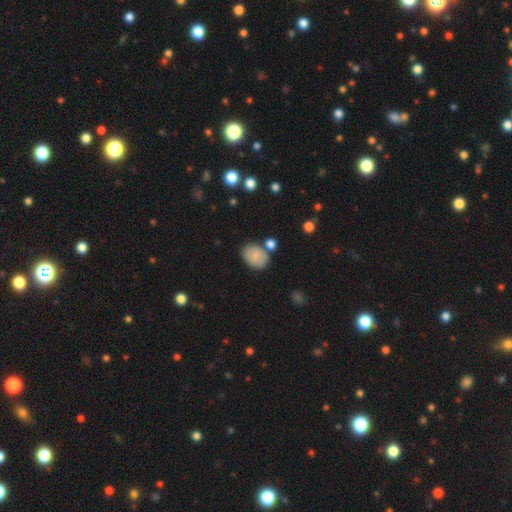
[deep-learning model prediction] smooth_or_featured: smooth (p=0.76) [alt: featured or disk p=0.16]
how_rounded: in between (p=0.66) [alt: round p=0.33]
merging: none (p=0.71) [alt: minor disturbance p=0.15]